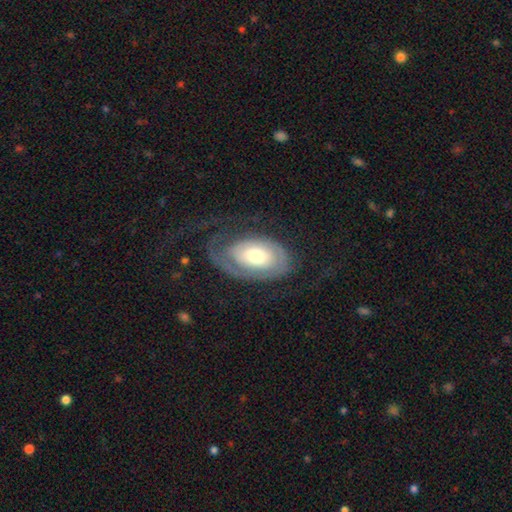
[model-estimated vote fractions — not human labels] This is likely a featured or disk galaxy (70%). It is clearly not viewed edge-on (94%). Bar: likely no (75%). Spiral arm pattern: likely yes (79%). Spiral arm count: possibly 1 (46%). Spiral winding: possibly tight (57%). Central bulge: possibly moderate (60%). Merging: possibly none (46%).